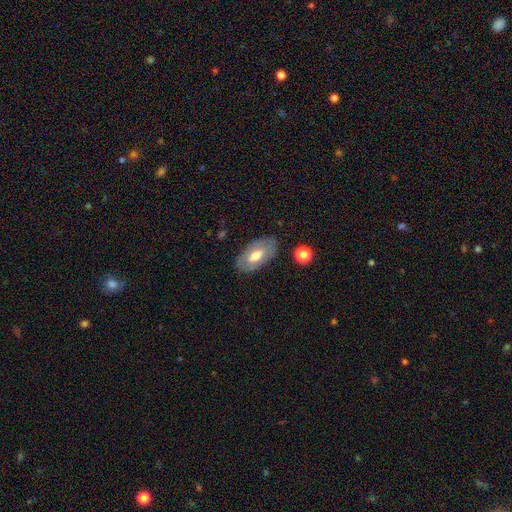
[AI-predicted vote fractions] A smooth galaxy with no disk features (52%) that is in between round and cigar-shaped (93%). Merging: none (80%).